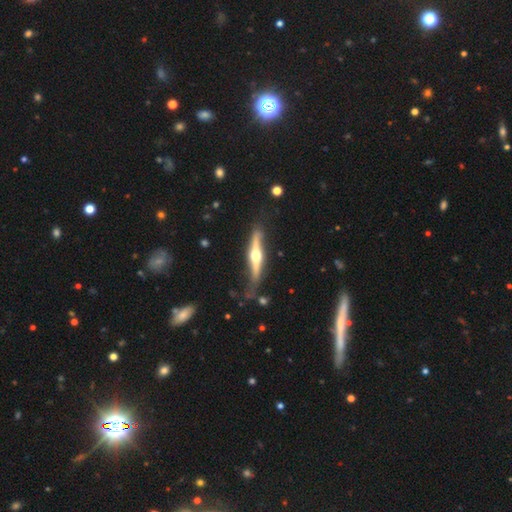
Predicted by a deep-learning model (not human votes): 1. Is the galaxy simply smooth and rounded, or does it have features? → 76% featured or disk, 19% smooth, 4% star or artifact.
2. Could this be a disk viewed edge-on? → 92% yes, 8% no.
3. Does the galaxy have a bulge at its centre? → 94% rounded, 3% none, 3% boxy.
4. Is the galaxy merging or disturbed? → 63% none, 24% minor disturbance, 8% major disturbance, 4% merger.